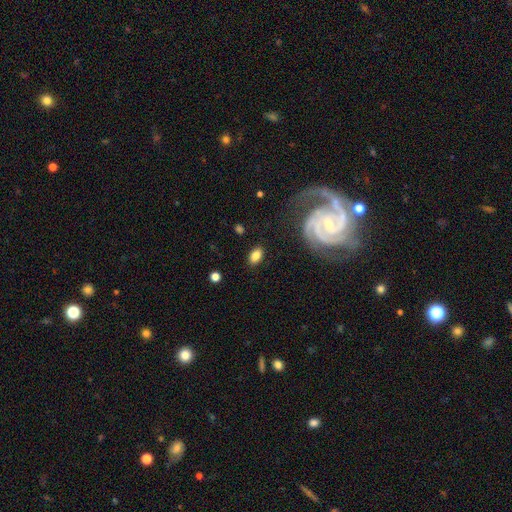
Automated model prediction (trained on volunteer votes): smooth_or_featured: smooth (p=0.77) [alt: featured or disk p=0.15]
how_rounded: in between (p=0.89) [alt: round p=0.09]
merging: none (p=0.84) [alt: minor disturbance p=0.11]